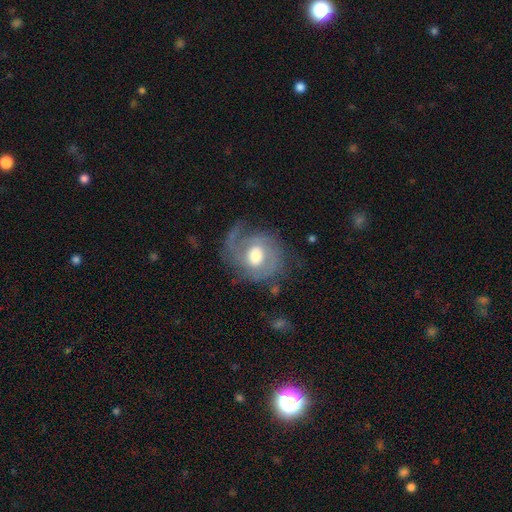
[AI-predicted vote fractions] Q: Smooth or featured?
A: featured or disk (77%); runner-up: smooth (17%)
Q: Edge-on disk?
A: no (98%); runner-up: yes (2%)
Q: Bar?
A: no (56%); runner-up: weak (36%)
Q: Spiral arms?
A: yes (89%); runner-up: no (11%)
Q: Spiral winding?
A: tight (42%); runner-up: medium (41%)
Q: Spiral arm count?
A: 2 (50%); runner-up: can't tell (19%)
Q: Bulge size?
A: moderate (65%); runner-up: large (24%)
Q: Merging?
A: none (58%); runner-up: minor disturbance (21%)